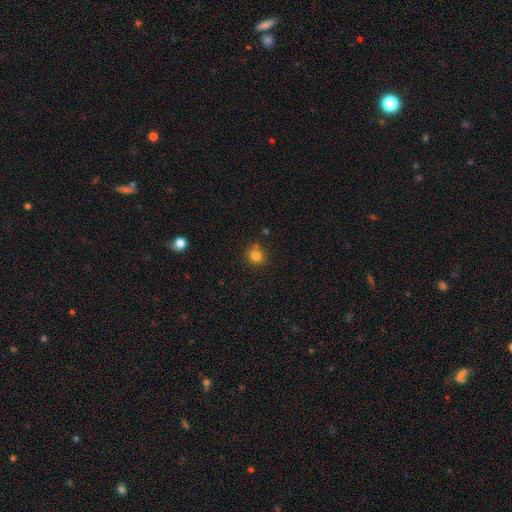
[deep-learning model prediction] Smooth or featured: smooth — 82% (star or artifact — 13%)
How rounded: round — 86% (in between — 13%)
Merging: none — 75% (minor disturbance — 13%)